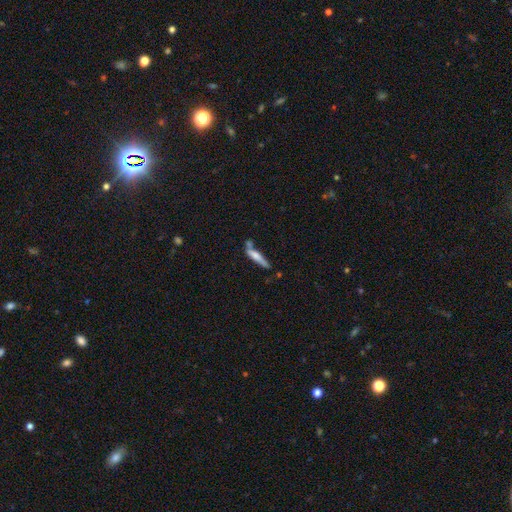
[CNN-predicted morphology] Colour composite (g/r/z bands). It shows a smooth galaxy with no disk features (58%) that is cigar-shaped (86%). Merging: none (55%).